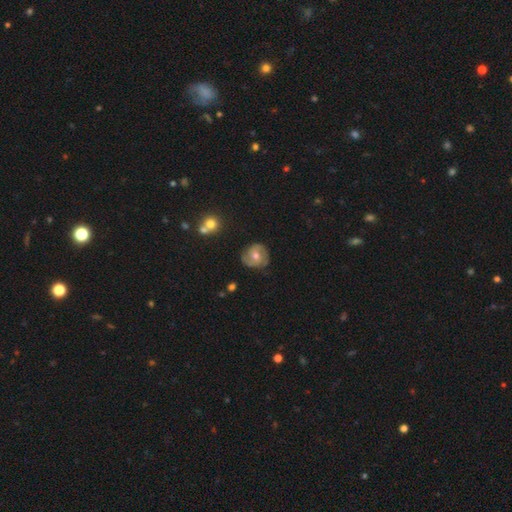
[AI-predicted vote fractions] Smooth or featured: featured or disk — 68% (smooth — 25%)
Edge-on disk: no — 97% (yes — 3%)
Bar: no — 62% (weak — 31%)
Spiral arms: yes — 88% (no — 12%)
Spiral winding: tight — 45% (medium — 41%)
Spiral arm count: 2 — 62% (3 — 15%)
Bulge size: moderate — 69% (small — 27%)
Merging: none — 76% (minor disturbance — 17%)